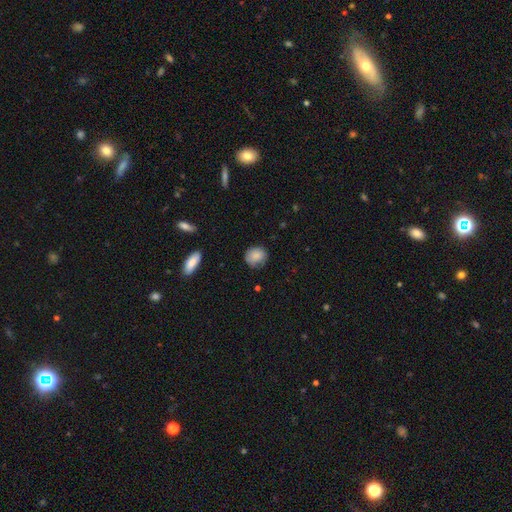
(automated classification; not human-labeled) Smooth or featured: smooth — 85% (featured or disk — 8%)
How rounded: round — 72% (in between — 27%)
Merging: none — 69% (minor disturbance — 24%)